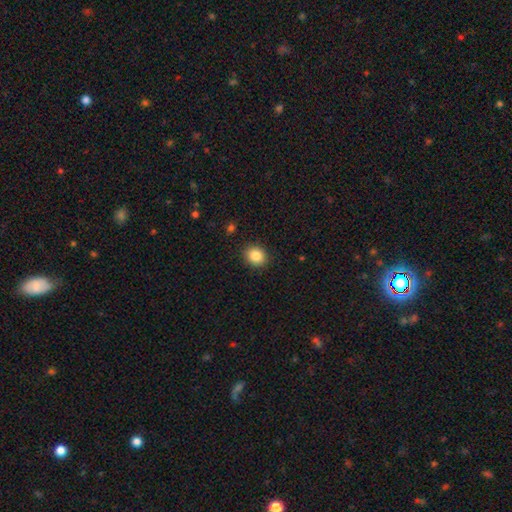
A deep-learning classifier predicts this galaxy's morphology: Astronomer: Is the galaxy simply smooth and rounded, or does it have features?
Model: smooth — 86%.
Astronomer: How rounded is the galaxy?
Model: round — 71%.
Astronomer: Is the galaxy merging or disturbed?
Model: none — 90%.